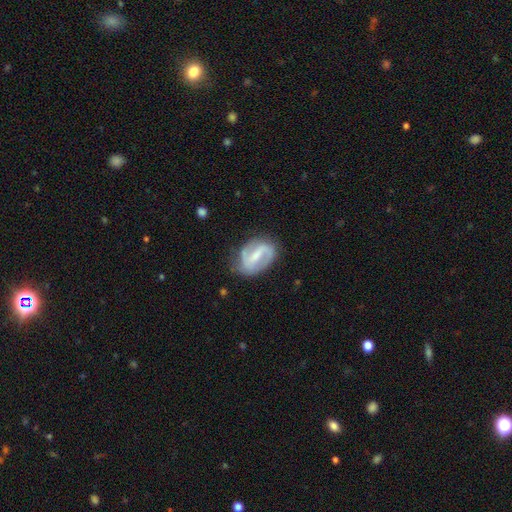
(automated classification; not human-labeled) smooth-or-featured: featured or disk: 80% | smooth: 15% | star or artifact: 5%
  disk-edge-on: no: 97% | yes: 3%
    bar: strong: 45% | weak: 43% | no: 13%
    has-spiral-arms: yes: 91% | no: 9%
      spiral-winding: medium: 45% | loose: 32% | tight: 23%
      spiral-arm-count: 2: 84% | can't tell: 7% | 1: 6% | 3: 2% | 4: 1% | more than 4: 1%
    bulge-size: small: 48% | moderate: 34% | none: 14% | large: 3% | dominant: 1%
  merging: none: 69% | minor disturbance: 22% | major disturbance: 8% | merger: 2%